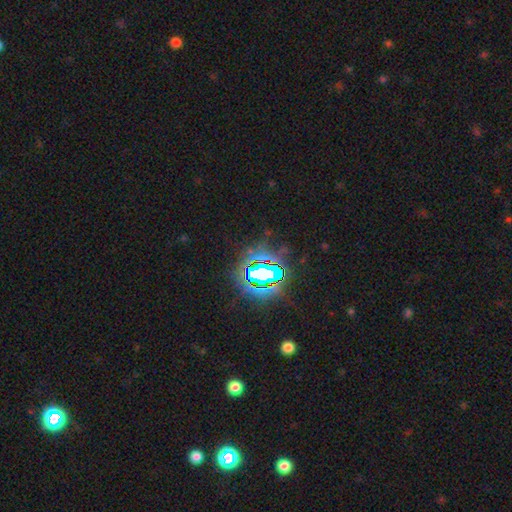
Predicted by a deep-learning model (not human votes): Smooth or featured?
  - star or artifact: 83% *
  - smooth: 10%
  - featured or disk: 7%